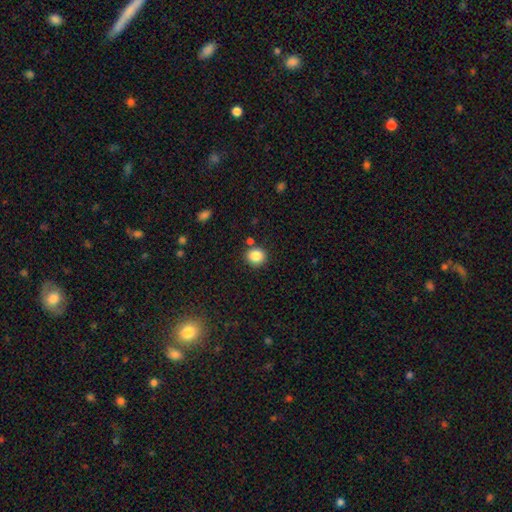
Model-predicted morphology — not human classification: A smooth galaxy with no disk features (86%) that is round (84%). Merging: none (84%).